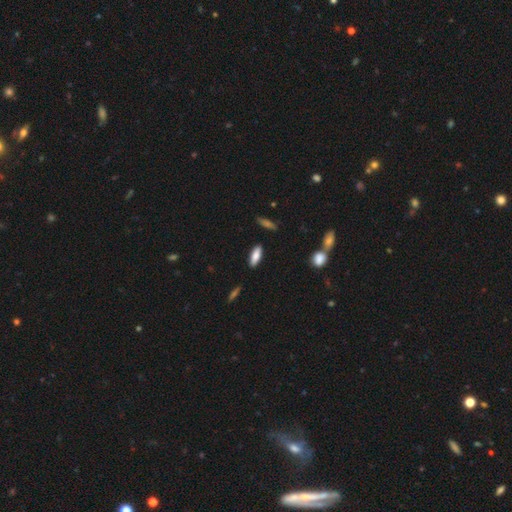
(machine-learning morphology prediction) Smooth or featured? smooth (81%)
How rounded? in between (64%)
Merging? none (87%)